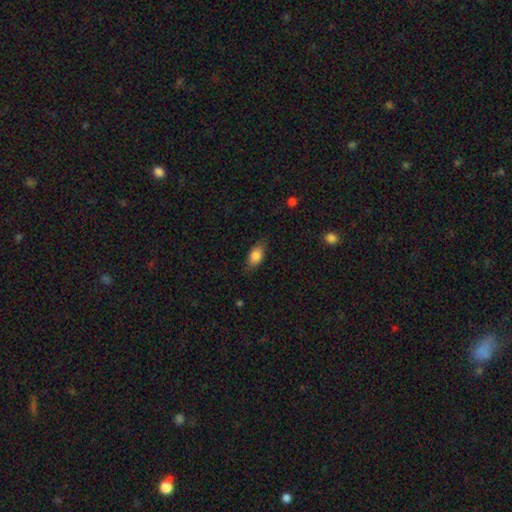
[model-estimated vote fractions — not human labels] Morphology: type=smooth (80%); roundness=in between (85%); merging=none (76%).